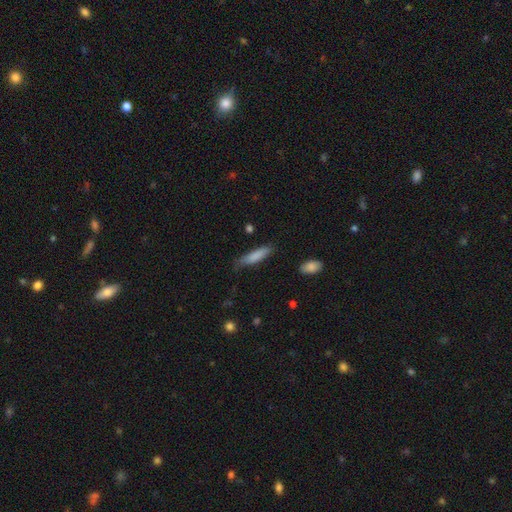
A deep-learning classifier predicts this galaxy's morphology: smooth-or-featured: smooth: 83% | featured or disk: 11% | star or artifact: 6%
  how-rounded: cigar-shaped: 74% | in between: 25% | round: 2%
  merging: none: 68% | minor disturbance: 25% | major disturbance: 5% | merger: 2%